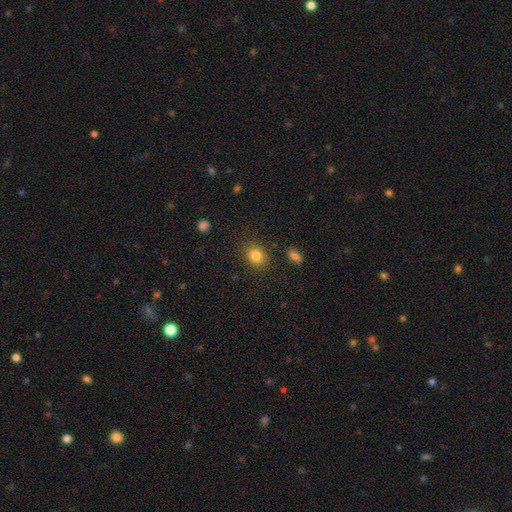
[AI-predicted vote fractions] Morphology: type=smooth (84%); roundness=in between (53%); merging=none (84%).